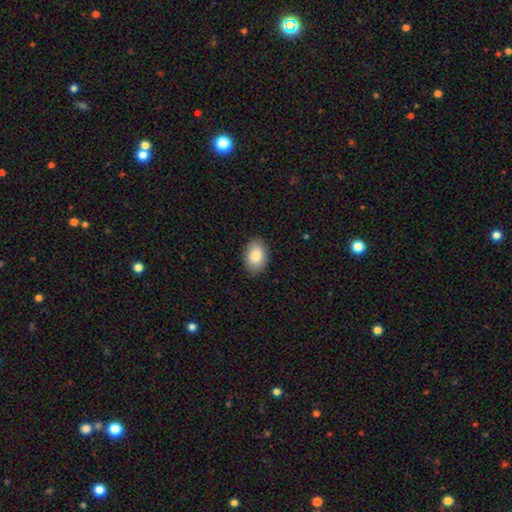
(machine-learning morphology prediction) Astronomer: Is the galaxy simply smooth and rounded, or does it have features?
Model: smooth — 87%.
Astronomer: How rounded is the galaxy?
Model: in between — 85%.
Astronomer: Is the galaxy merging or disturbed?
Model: none — 88%.